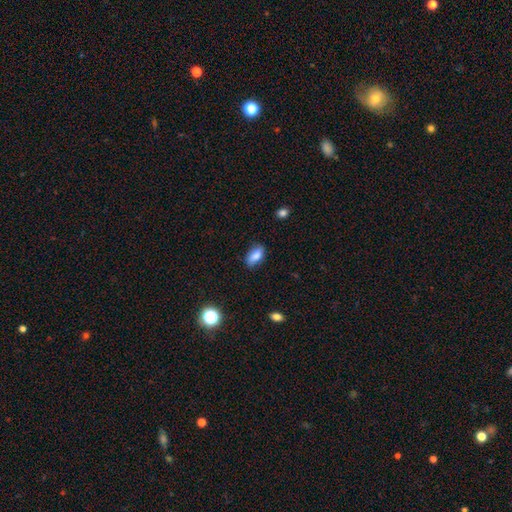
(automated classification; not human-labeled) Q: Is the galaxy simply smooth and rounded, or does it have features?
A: smooth — 82%.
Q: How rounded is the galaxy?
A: in between — 87%.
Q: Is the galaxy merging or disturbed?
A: none — 78%.